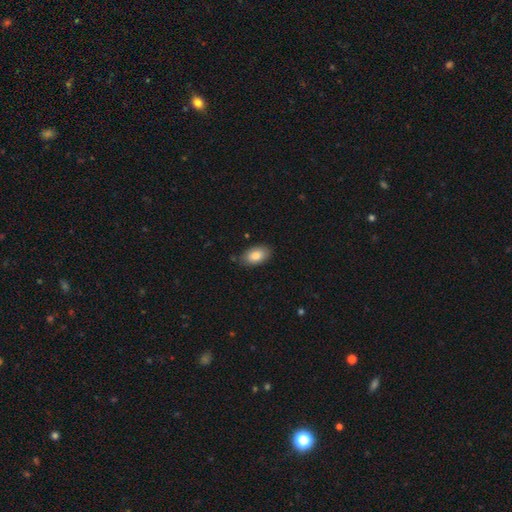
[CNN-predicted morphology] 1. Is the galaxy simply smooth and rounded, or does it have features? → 84% smooth, 9% featured or disk, 7% star or artifact.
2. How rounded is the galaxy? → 93% in between, 5% round, 2% cigar-shaped.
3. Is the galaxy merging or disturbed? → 80% none, 15% minor disturbance, 3% major disturbance, 2% merger.